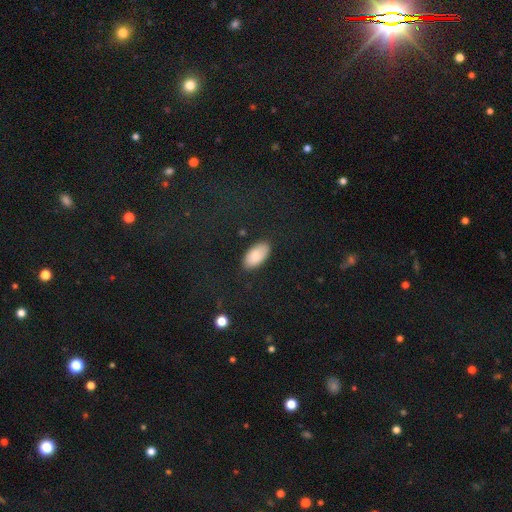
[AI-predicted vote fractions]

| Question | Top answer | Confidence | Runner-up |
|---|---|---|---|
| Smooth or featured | smooth | 86% | star or artifact (8%) |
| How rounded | in between | 95% | cigar-shaped (2%) |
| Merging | none | 86% | minor disturbance (10%) |